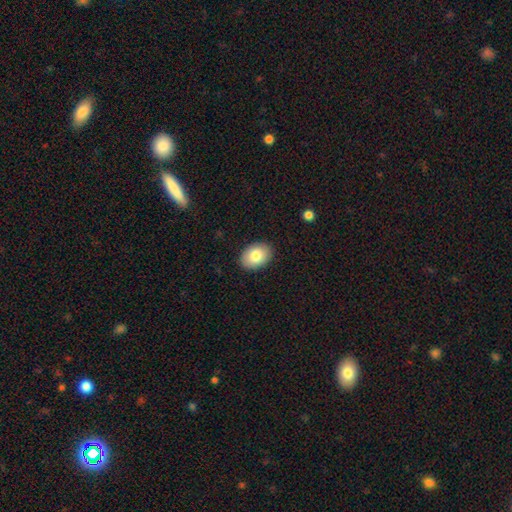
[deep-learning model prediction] Smooth or featured? Predicted: smooth (p=0.82). How rounded? Predicted: in between (p=0.80). Merging? Predicted: none (p=0.89).